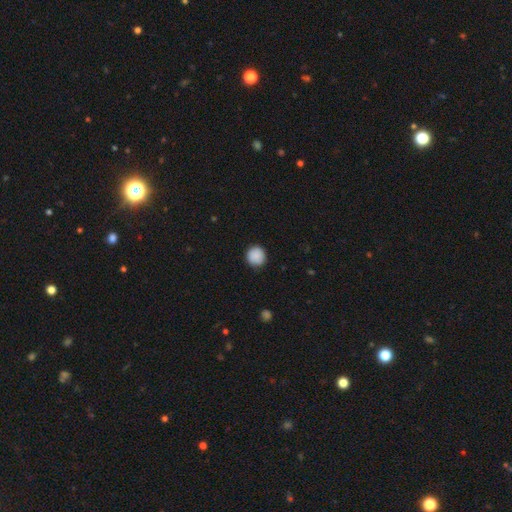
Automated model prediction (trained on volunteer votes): Overall: smooth (88%). How rounded: round (94%). Merging: none (88%).